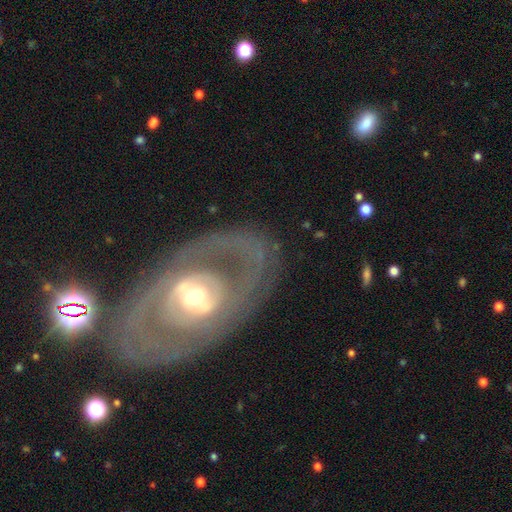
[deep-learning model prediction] Smooth or featured?
  - featured or disk: 79% *
  - smooth: 15%
  - star or artifact: 6%
Edge-on disk?
  - no: 93% *
  - yes: 7%
Bar?
  - no: 63% *
  - weak: 25%
  - strong: 12%
Spiral arms?
  - yes: 57% *
  - no: 43%
Bulge size?
  - moderate: 57% *
  - small: 31%
  - large: 9%
  - dominant: 2%
  - none: 1%
Merging?
  - none: 77% *
  - minor disturbance: 12%
  - major disturbance: 8%
  - merger: 3%